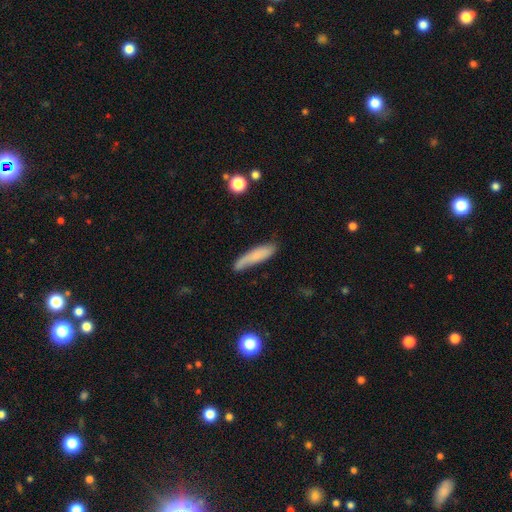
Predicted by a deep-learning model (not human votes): Q: Smooth or featured?
A: smooth (72%); runner-up: featured or disk (21%)
Q: How rounded?
A: cigar-shaped (78%); runner-up: in between (20%)
Q: Merging?
A: none (62%); runner-up: minor disturbance (27%)